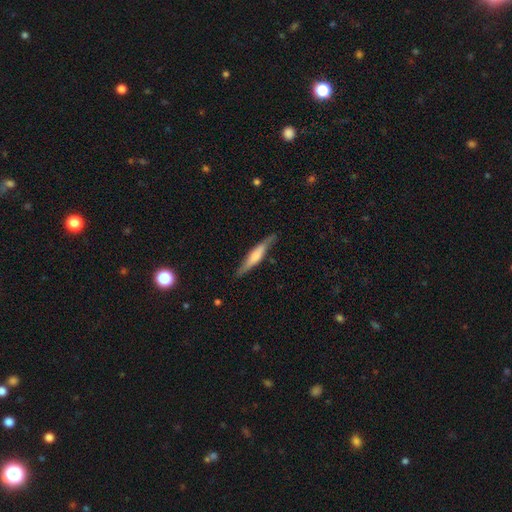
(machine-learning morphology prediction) Smooth or featured? featured or disk (48%)
Merging? none (81%)